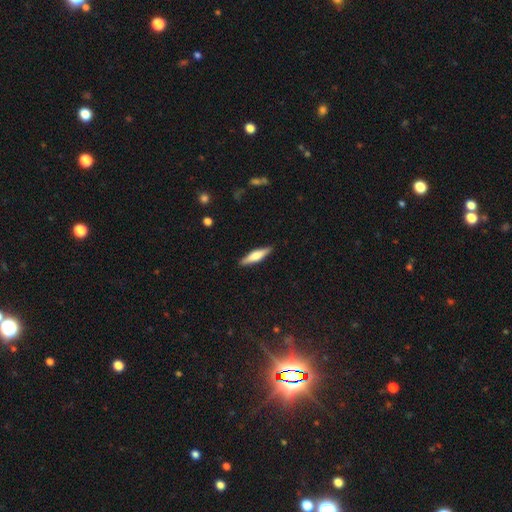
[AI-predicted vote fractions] A smooth galaxy with no disk features (55%) that is cigar-shaped (75%). Merging: none (89%).